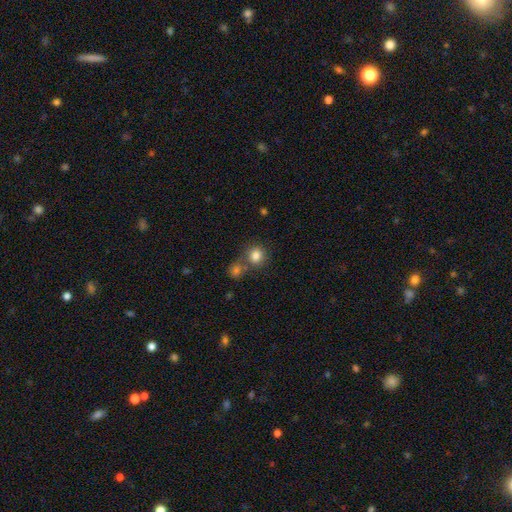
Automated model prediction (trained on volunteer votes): Smooth or featured?
  - smooth: 82% *
  - star or artifact: 11%
  - featured or disk: 6%
How rounded?
  - round: 86% *
  - in between: 13%
  - cigar-shaped: 1%
Merging?
  - none: 65% *
  - merger: 22%
  - minor disturbance: 9%
  - major disturbance: 3%